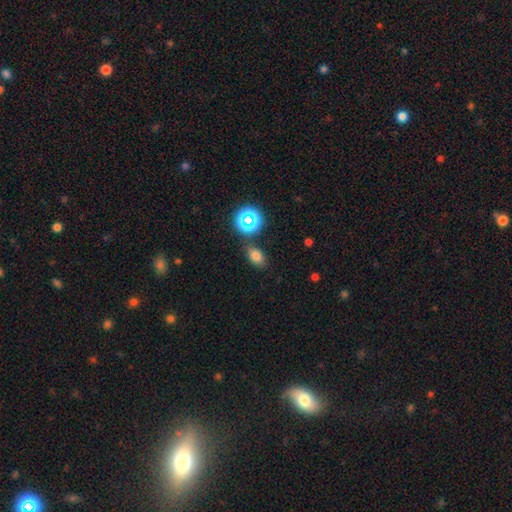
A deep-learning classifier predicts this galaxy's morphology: A smooth galaxy with no disk features (72%) that is in between round and cigar-shaped (78%). Merging: none (78%).